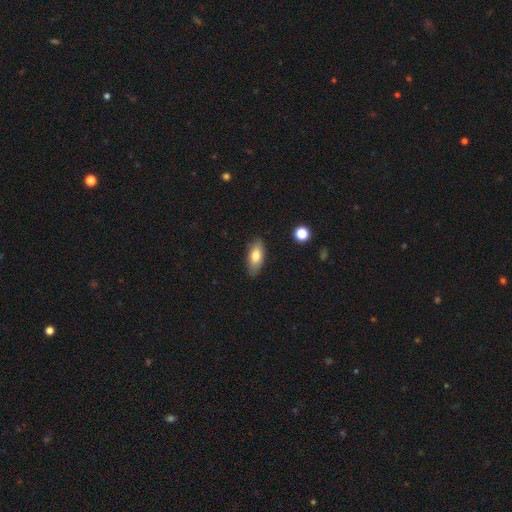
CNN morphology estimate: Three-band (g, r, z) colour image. It shows a smooth galaxy with no disk features (77%) that is in between round and cigar-shaped (83%). Merging: none (84%).